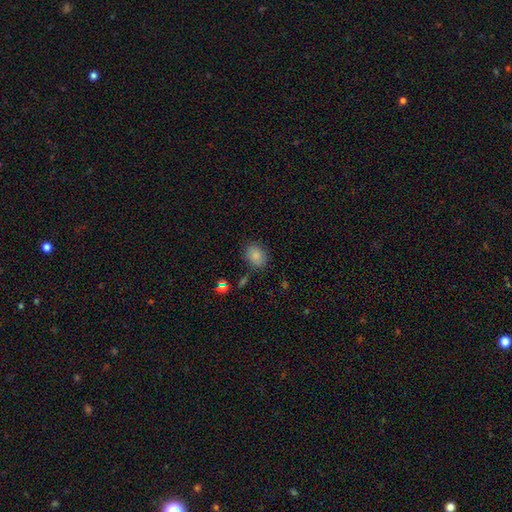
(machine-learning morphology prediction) The model was most divided on "how rounded": in between: 50%, round: 49%, cigar-shaped: 1%. More confident: smooth or featured — smooth (84%); merging — none (80%).